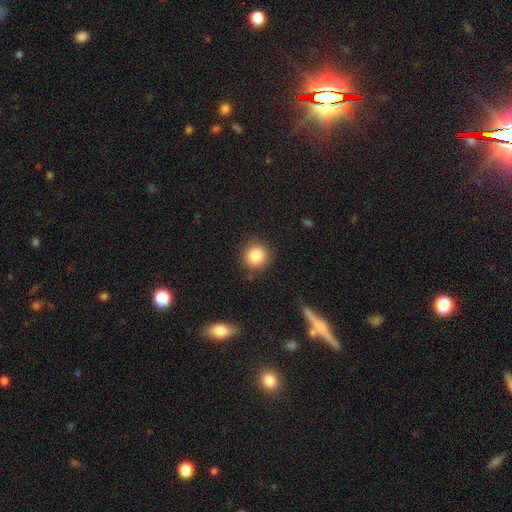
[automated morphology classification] Smooth or featured? Predicted: smooth (p=0.84). How rounded? Predicted: round (p=0.93). Merging? Predicted: none (p=0.88).